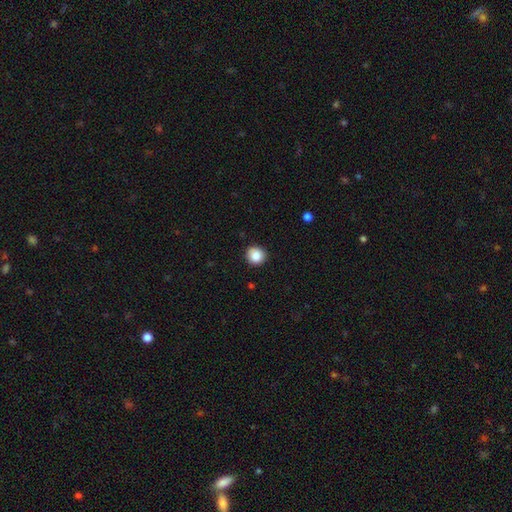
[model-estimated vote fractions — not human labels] A smooth galaxy with no disk features (87%) that is round (92%).

Vote fractions:
- Smooth or featured? smooth: 87% / star or artifact: 9% / featured or disk: 4%
- How rounded? round: 92% / in between: 7% / cigar-shaped: 1%
- Merging? none: 89% / minor disturbance: 8% / major disturbance: 2% / merger: 1%